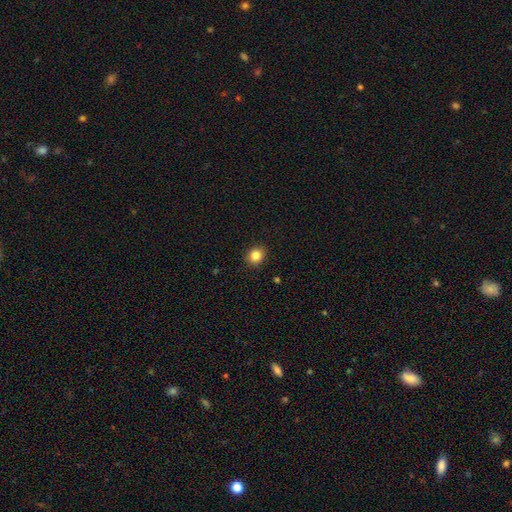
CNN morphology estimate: smooth-or-featured: smooth: 84% | star or artifact: 11% | featured or disk: 5%
  how-rounded: round: 76% | in between: 23% | cigar-shaped: 1%
  merging: none: 90% | minor disturbance: 7% | major disturbance: 2% | merger: 1%